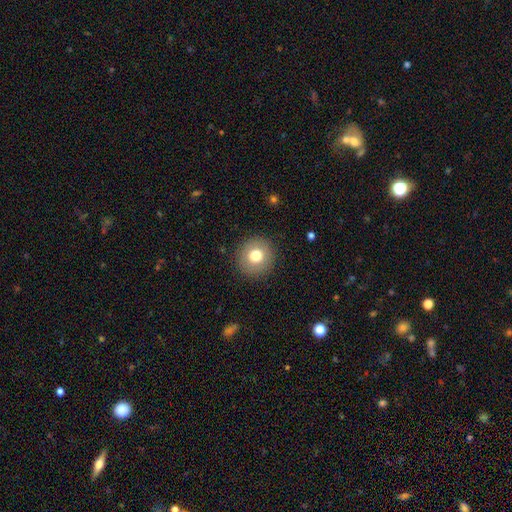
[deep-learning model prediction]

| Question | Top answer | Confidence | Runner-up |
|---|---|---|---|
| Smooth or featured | smooth | 75% | featured or disk (14%) |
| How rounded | round | 93% | in between (6%) |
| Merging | none | 90% | minor disturbance (6%) |